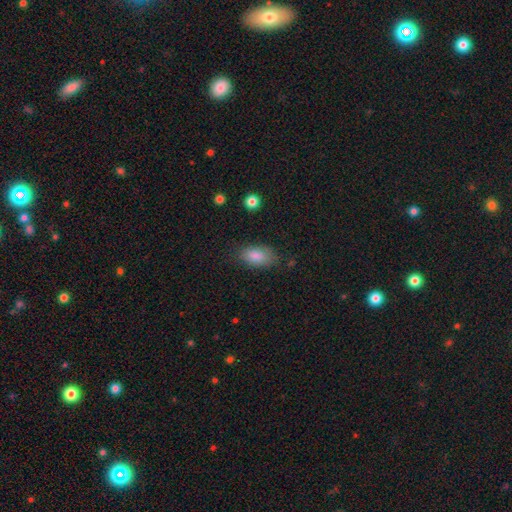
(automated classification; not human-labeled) Smooth or featured? Predicted: smooth (p=0.84). How rounded? Predicted: in between (p=0.90). Merging? Predicted: none (p=0.78).